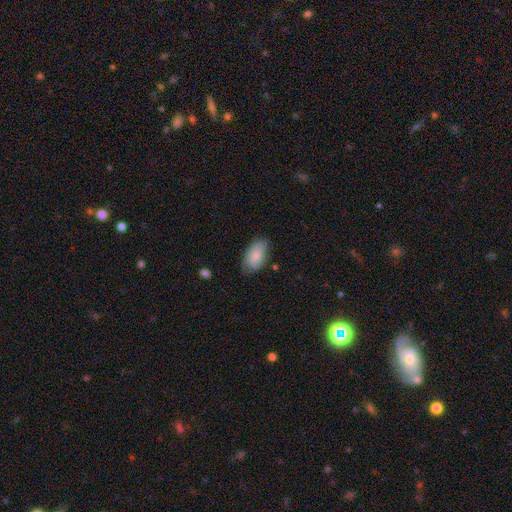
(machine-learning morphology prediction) smooth_or_featured: smooth (p=0.79) [alt: featured or disk p=0.15]
how_rounded: in between (p=0.94) [alt: round p=0.04]
merging: none (p=0.68) [alt: minor disturbance p=0.25]